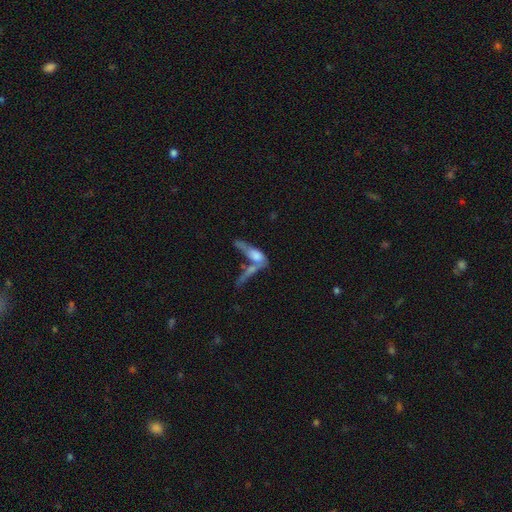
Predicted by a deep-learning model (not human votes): A smooth galaxy with no disk features (53%) that is in between round and cigar-shaped (55%). Merging: merger (54%).